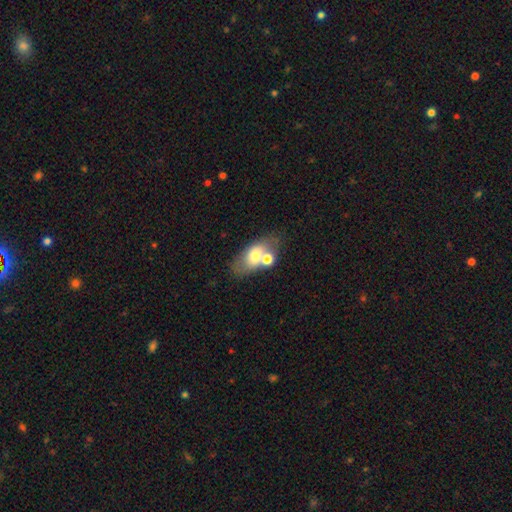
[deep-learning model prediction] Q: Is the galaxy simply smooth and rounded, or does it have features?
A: smooth — 62%.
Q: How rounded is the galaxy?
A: in between — 83%.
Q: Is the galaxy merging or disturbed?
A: none — 47%.